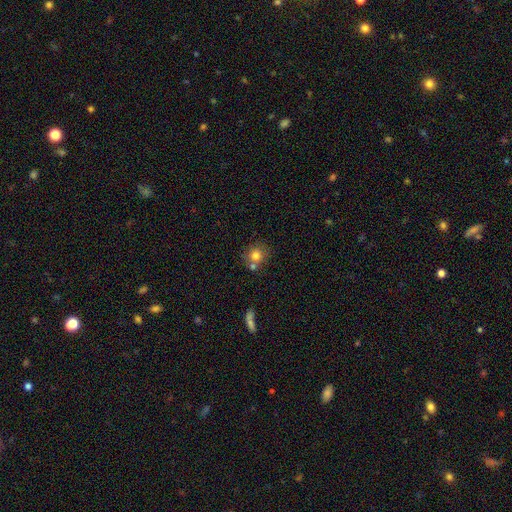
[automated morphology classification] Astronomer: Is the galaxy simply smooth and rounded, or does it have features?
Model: smooth — 76%.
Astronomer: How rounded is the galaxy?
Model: round — 86%.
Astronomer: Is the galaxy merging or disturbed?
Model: none — 60%.